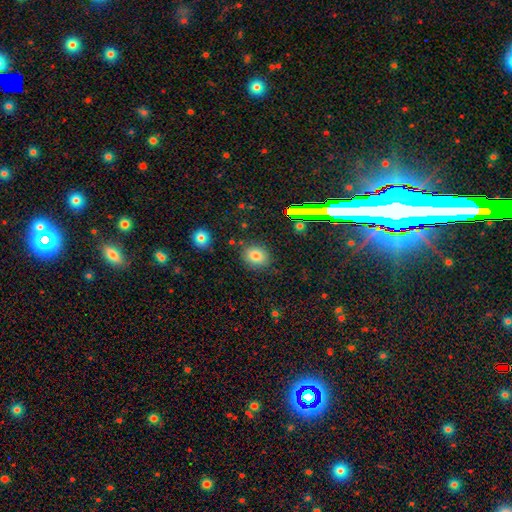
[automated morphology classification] Smooth or featured? smooth (77%)
How rounded? round (56%)
Merging? none (83%)